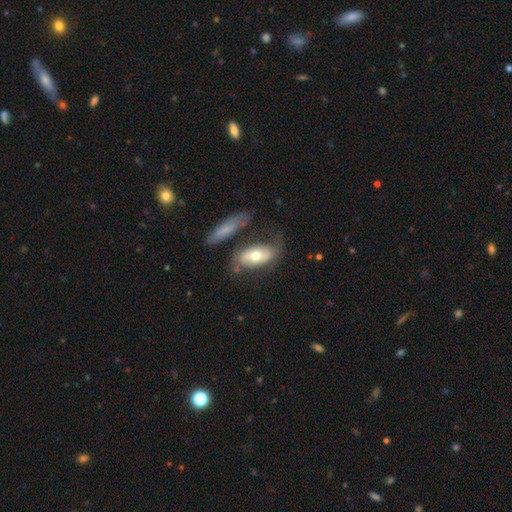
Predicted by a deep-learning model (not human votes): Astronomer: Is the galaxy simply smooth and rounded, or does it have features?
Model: smooth — 55% (runner-up: featured or disk, 39%).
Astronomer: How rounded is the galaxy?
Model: in between — 86%.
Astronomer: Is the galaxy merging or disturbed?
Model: none — 54%.